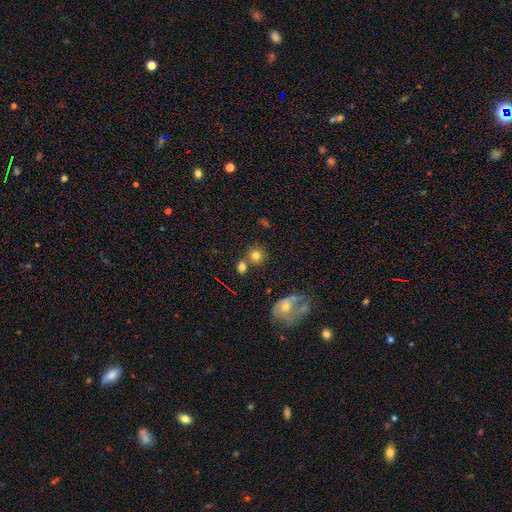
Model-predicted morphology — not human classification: Smooth or featured? Predicted: smooth (p=0.76). How rounded? Predicted: round (p=0.86). Merging? Predicted: none (p=0.61).